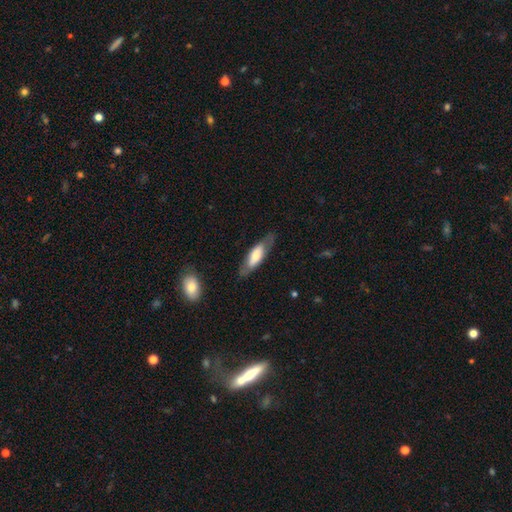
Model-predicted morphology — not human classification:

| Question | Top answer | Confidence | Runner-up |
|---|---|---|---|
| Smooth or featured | smooth | 54% | featured or disk (40%) |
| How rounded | in between | 52% | cigar-shaped (46%) |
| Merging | none | 77% | minor disturbance (16%) |